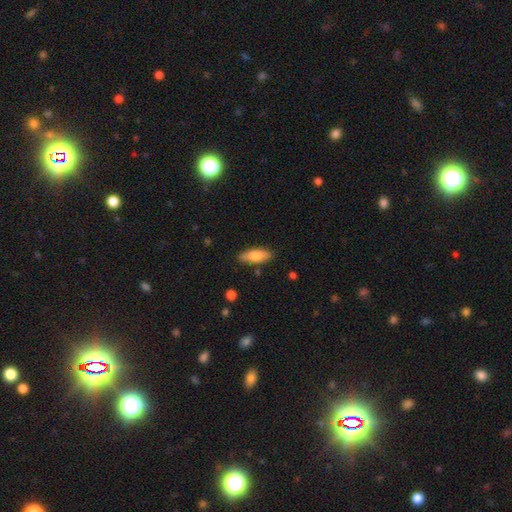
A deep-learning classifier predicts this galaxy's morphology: Smooth or featured?
  - smooth: 78% *
  - featured or disk: 15%
  - star or artifact: 6%
How rounded?
  - in between: 70% *
  - cigar-shaped: 28%
  - round: 2%
Merging?
  - none: 84% *
  - minor disturbance: 12%
  - major disturbance: 2%
  - merger: 2%